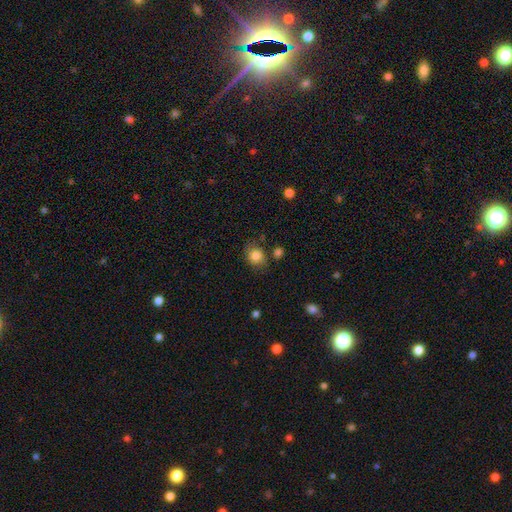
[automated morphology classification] smooth_or_featured: smooth (p=0.84) [alt: star or artifact p=0.09]
how_rounded: round (p=0.71) [alt: in between p=0.28]
merging: none (p=0.72) [alt: minor disturbance p=0.18]